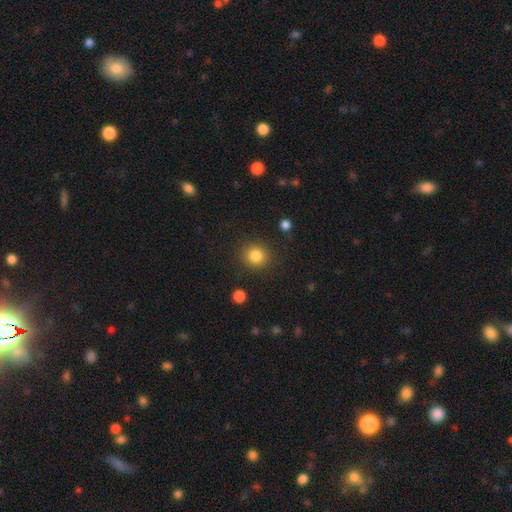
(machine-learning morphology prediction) A smooth galaxy with no disk features (85%) that is round (88%). Merging: none (88%).